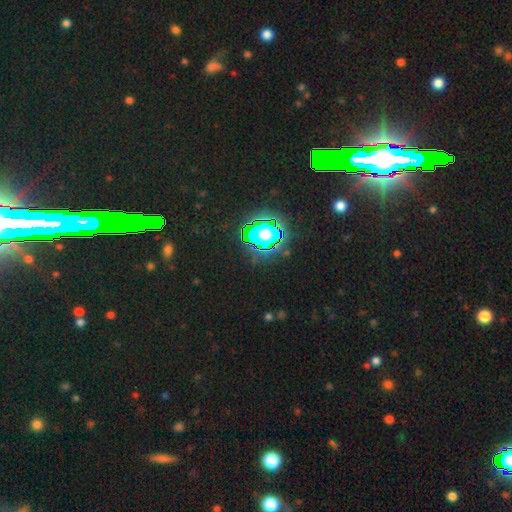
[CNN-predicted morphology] type=star or artifact (82%).